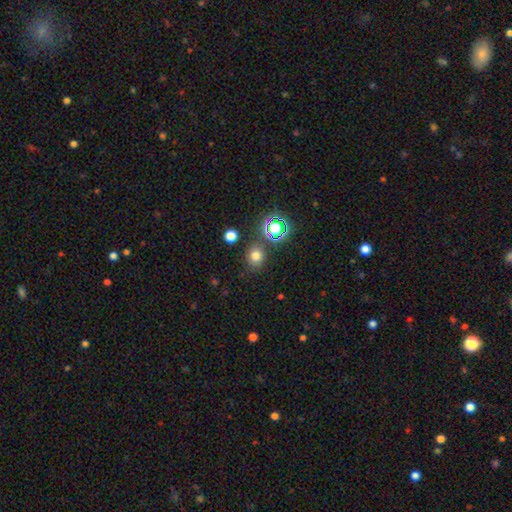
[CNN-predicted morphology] Smooth or featured?
  - smooth: 71% *
  - star or artifact: 22%
  - featured or disk: 7%
How rounded?
  - round: 70% *
  - in between: 29%
  - cigar-shaped: 1%
Merging?
  - none: 80% *
  - minor disturbance: 11%
  - merger: 6%
  - major disturbance: 4%